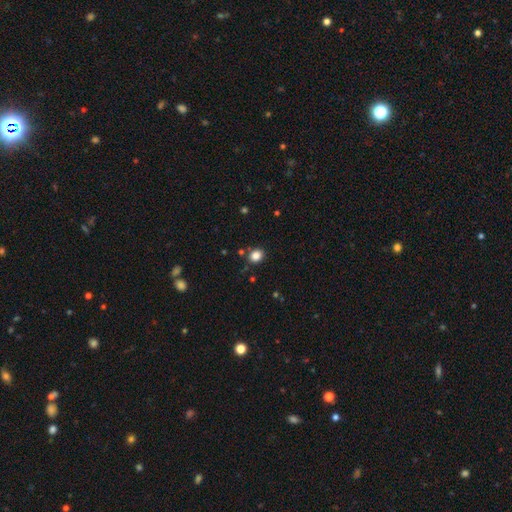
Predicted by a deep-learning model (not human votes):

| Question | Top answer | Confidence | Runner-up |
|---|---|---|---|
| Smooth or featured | smooth | 84% | star or artifact (12%) |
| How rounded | round | 70% | in between (29%) |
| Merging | none | 83% | minor disturbance (11%) |